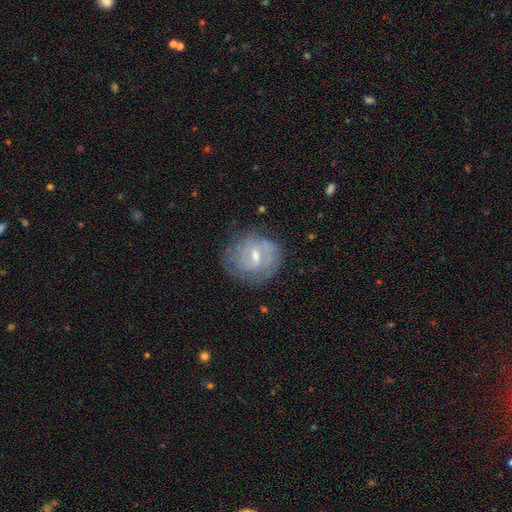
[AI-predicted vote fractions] This is likely a featured or disk galaxy (69%). It is clearly not viewed edge-on (96%). Bar: possibly weak (59%). Spiral arm pattern: clearly yes (80%). Spiral arm count: marginally can't tell (43%). Spiral winding: possibly tight (59%). Central bulge: possibly moderate (50%). Merging: likely none (71%).